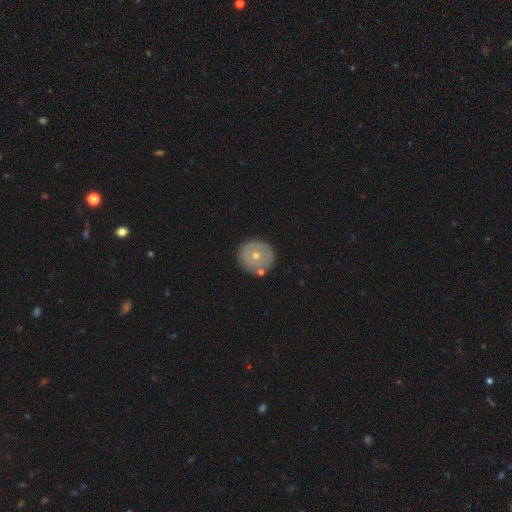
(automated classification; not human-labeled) Smooth or featured: smooth — 51% (featured or disk — 42%)
How rounded: round — 93% (in between — 6%)
Merging: none — 79% (minor disturbance — 11%)